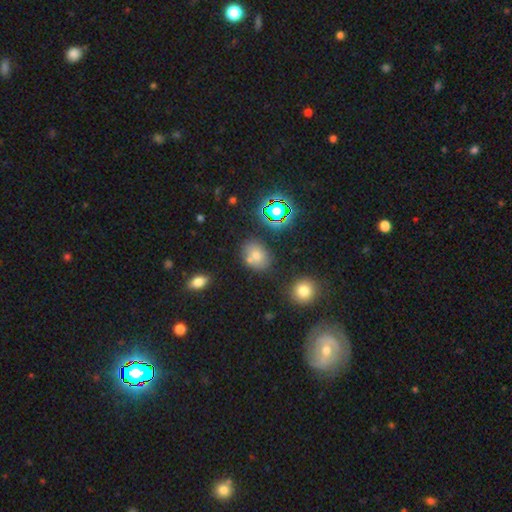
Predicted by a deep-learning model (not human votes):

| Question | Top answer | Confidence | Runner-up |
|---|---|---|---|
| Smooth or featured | smooth | 56% | star or artifact (29%) |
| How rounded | in between | 63% | round (35%) |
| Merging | none | 70% | minor disturbance (14%) |